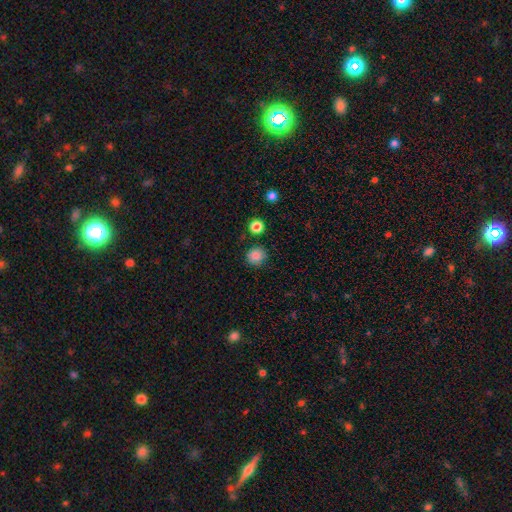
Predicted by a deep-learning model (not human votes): smooth 84%, star or artifact 11%, featured or disk 5%. Down the decision tree: how rounded — round (92%); merging — none (85%).